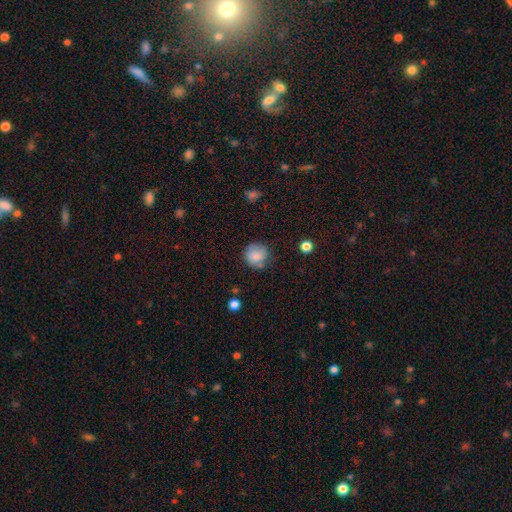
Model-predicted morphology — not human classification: A smooth galaxy with no disk features (82%) that is round (88%). Merging: none (68%).